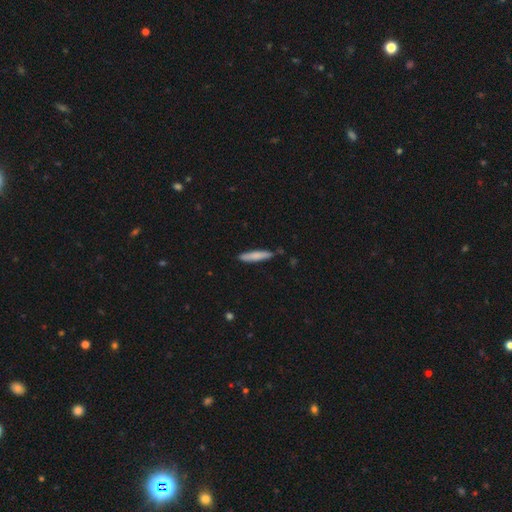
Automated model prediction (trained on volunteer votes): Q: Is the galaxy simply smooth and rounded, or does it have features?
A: smooth — 78%.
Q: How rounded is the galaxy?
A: cigar-shaped — 90%.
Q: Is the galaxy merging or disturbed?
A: none — 83%.